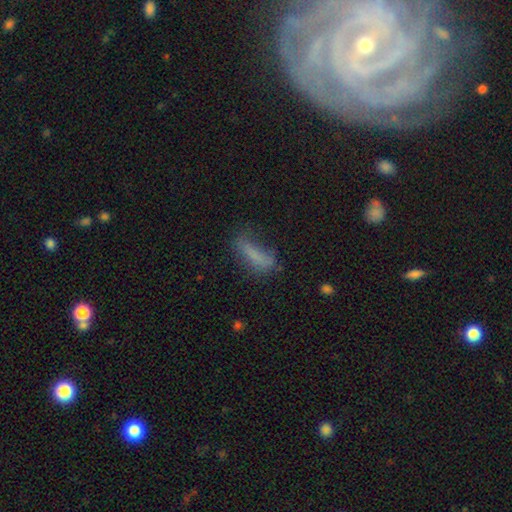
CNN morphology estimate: A smooth galaxy with no disk features (69%) that is cigar-shaped (53%).

Vote fractions:
- Smooth or featured? smooth: 69% / featured or disk: 19% / star or artifact: 12%
- How rounded? cigar-shaped: 53% / in between: 44% / round: 3%
- Merging? none: 45% / minor disturbance: 29% / major disturbance: 22% / merger: 4%